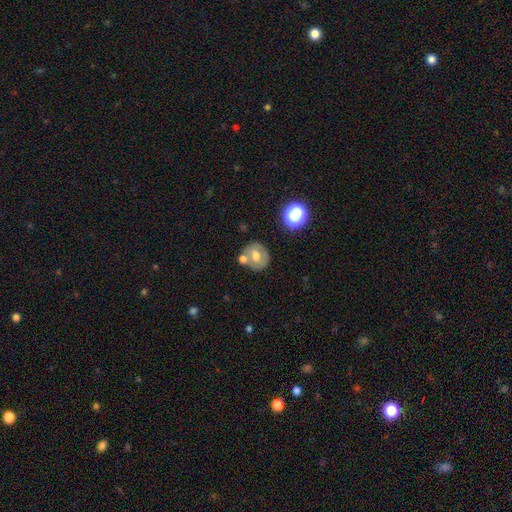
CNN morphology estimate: Overall: smooth (53%; featured or disk 36%). How rounded: round (75%). Merging: none (56%; merger 25%).